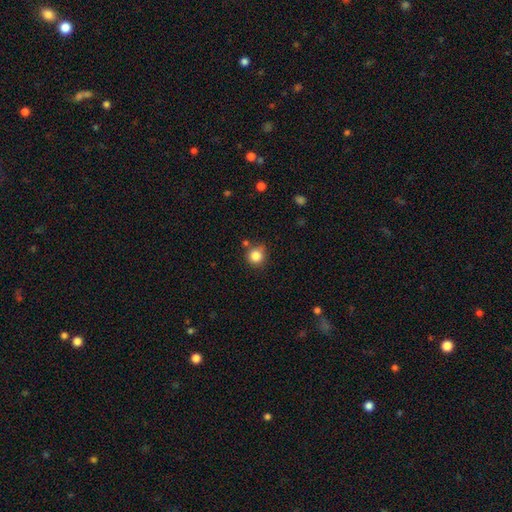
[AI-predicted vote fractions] Morphology: type=smooth (84%); roundness=round (92%); merging=none (75%).